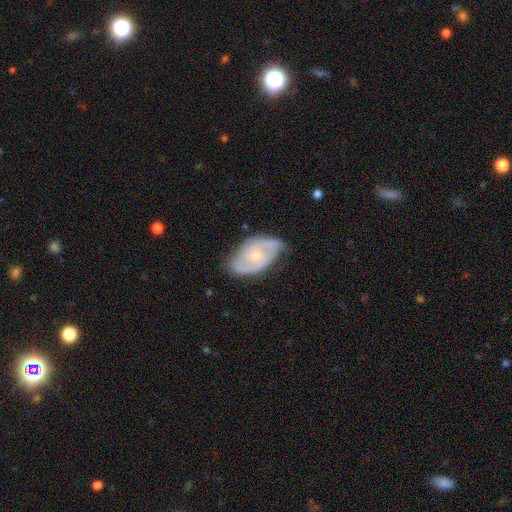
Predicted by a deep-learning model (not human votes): This appears to be a featured or disk galaxy (76%) with no bar (64%), 2 (81%) medium (47%) spiral arms (91%) and a small central bulge (69%). Merging: none (70%).